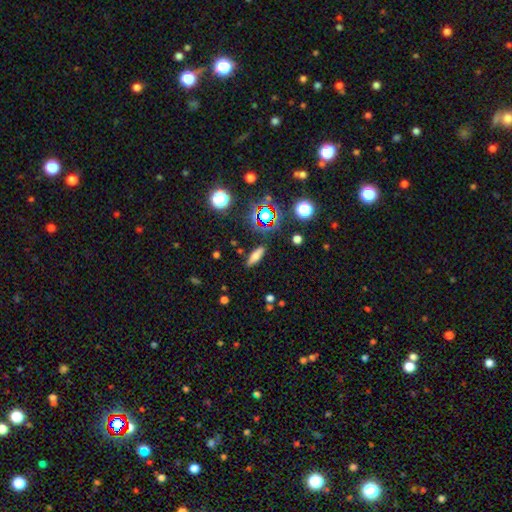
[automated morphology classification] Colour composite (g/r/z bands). It shows a smooth galaxy with no disk features (69%) that is in between round and cigar-shaped (51%). Merging: none (84%).